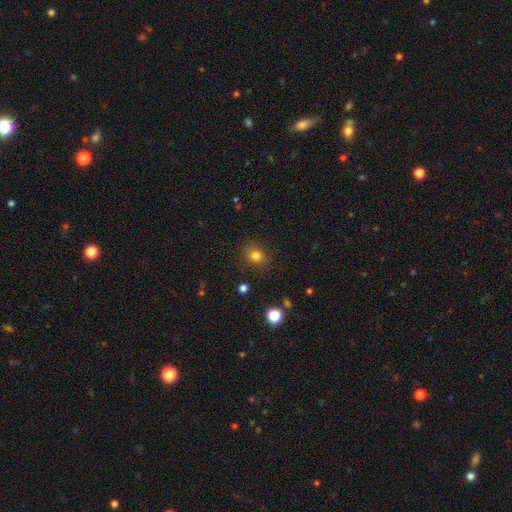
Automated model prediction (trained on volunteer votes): Q: Smooth or featured?
A: smooth (81%); runner-up: star or artifact (14%)
Q: How rounded?
A: round (73%); runner-up: in between (26%)
Q: Merging?
A: none (85%); runner-up: minor disturbance (10%)